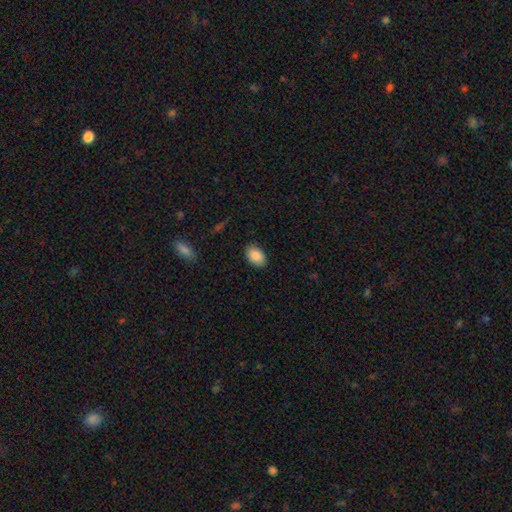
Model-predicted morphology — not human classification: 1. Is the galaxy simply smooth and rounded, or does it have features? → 89% smooth, 7% star or artifact, 4% featured or disk.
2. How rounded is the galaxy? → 88% in between, 11% round, 1% cigar-shaped.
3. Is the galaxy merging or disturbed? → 87% none, 10% minor disturbance, 2% major disturbance, 1% merger.